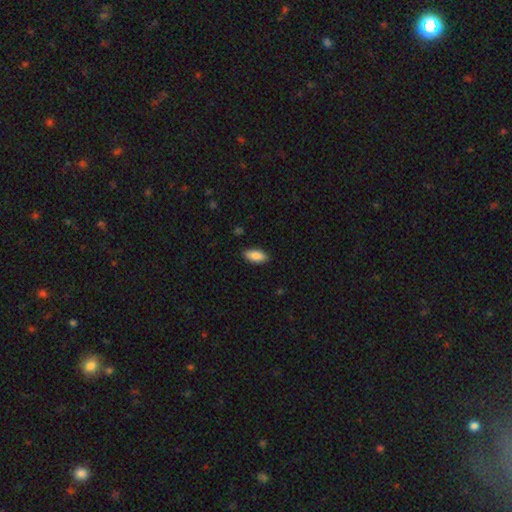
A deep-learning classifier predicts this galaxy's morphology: A smooth galaxy with no disk features (85%) that is in between round and cigar-shaped (88%). Merging: none (88%).